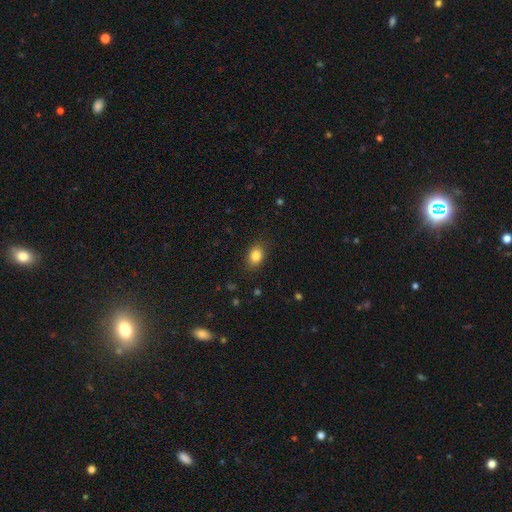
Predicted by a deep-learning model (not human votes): The model was most divided on "how rounded": in between: 72%, round: 27%, cigar-shaped: 1%. More confident: smooth or featured — smooth (86%); merging — none (85%).